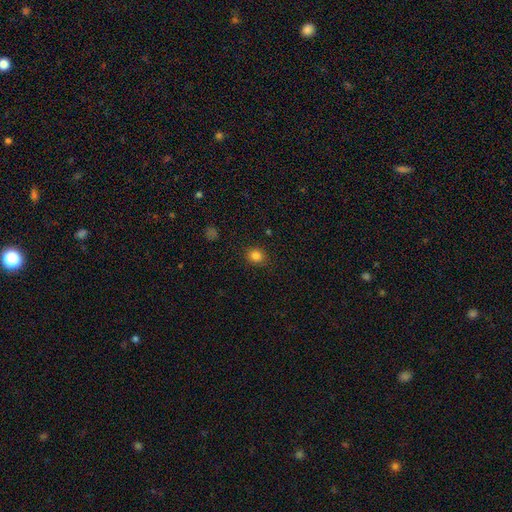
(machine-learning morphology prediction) Smooth or featured?
  - smooth: 83% *
  - star or artifact: 12%
  - featured or disk: 5%
How rounded?
  - round: 75% *
  - in between: 24%
  - cigar-shaped: 1%
Merging?
  - none: 88% *
  - minor disturbance: 9%
  - major disturbance: 2%
  - merger: 1%